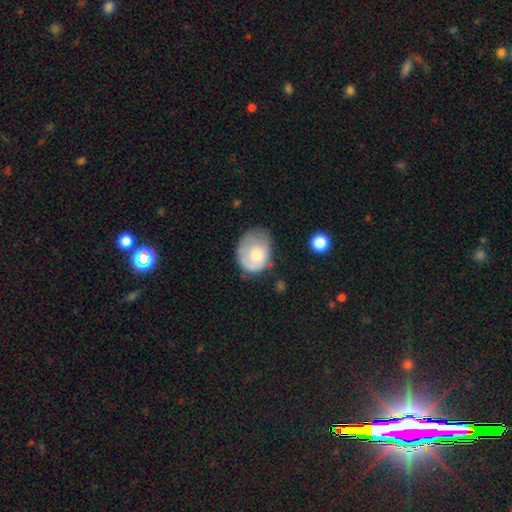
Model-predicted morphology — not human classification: smooth-or-featured: smooth: 62% | featured or disk: 31% | star or artifact: 7%
  how-rounded: in between: 54% | round: 45% | cigar-shaped: 1%
  merging: none: 43% | minor disturbance: 34% | major disturbance: 20% | merger: 3%